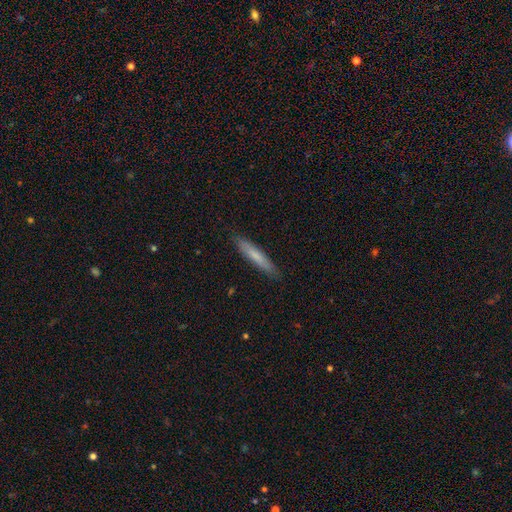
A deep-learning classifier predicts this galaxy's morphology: smooth 70%, featured or disk 24%, star or artifact 6%. Down the decision tree: how rounded — cigar-shaped (91%); merging — none (88%).